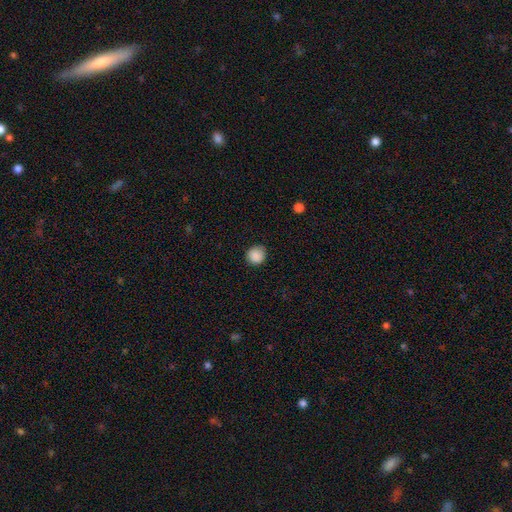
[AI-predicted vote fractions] Overall: smooth (88%). How rounded: round (90%). Merging: none (85%).